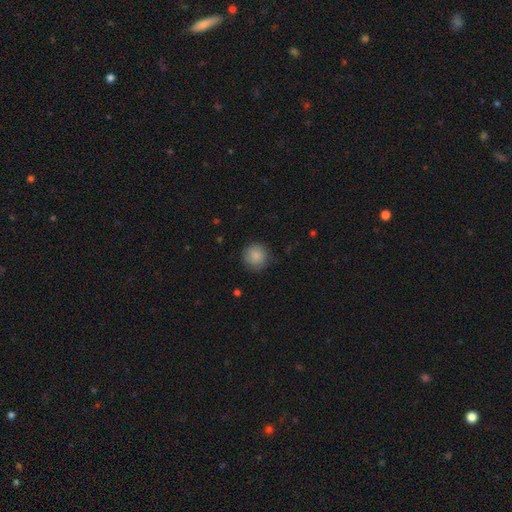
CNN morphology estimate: Overall: smooth (84%). How rounded: round (93%). Merging: none (81%).